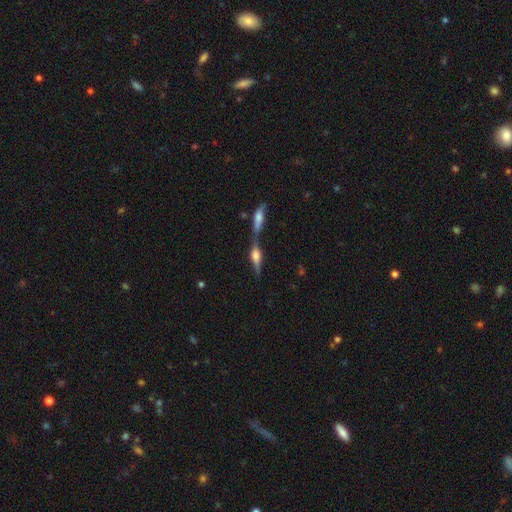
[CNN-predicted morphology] The model was most divided on "merging": merger: 49%, none: 38%, minor disturbance: 8%, major disturbance: 5%. More confident: edge-on disk — yes (92%); edge-on bulge — rounded (84%); smooth or featured — featured or disk (67%).